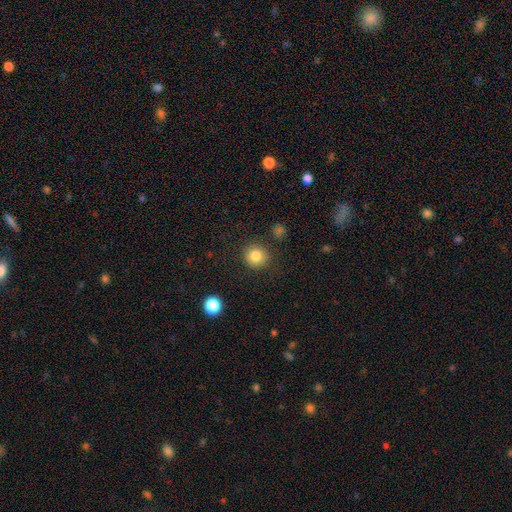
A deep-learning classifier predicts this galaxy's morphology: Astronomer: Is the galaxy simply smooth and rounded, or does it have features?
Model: smooth — 83%.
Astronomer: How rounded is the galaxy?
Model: round — 93%.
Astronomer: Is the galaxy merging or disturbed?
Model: none — 88%.